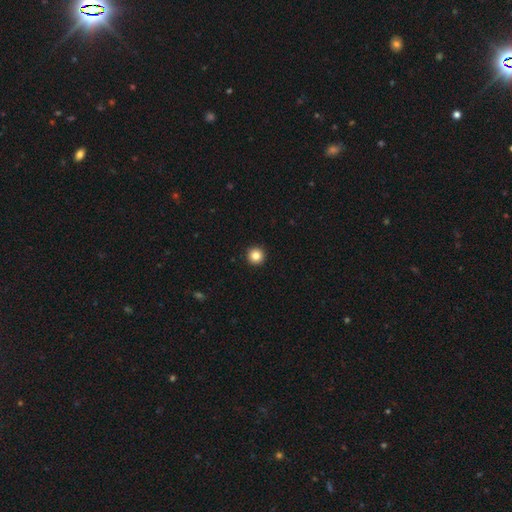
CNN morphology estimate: Smooth or featured? smooth (85%)
How rounded? round (96%)
Merging? none (94%)